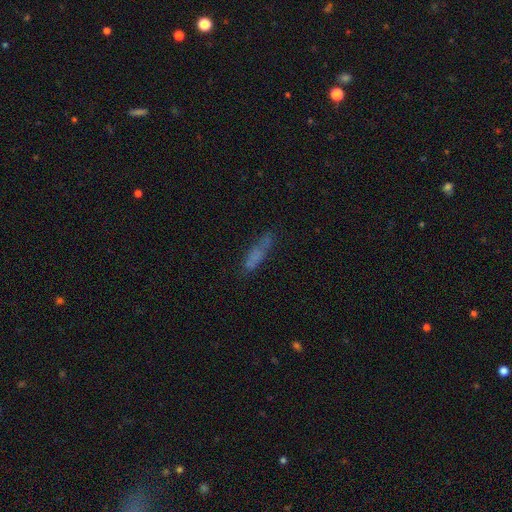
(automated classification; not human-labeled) Smooth or featured? Predicted: smooth (p=0.61). How rounded? Predicted: cigar-shaped (p=0.74). Merging? Predicted: none (p=0.60).